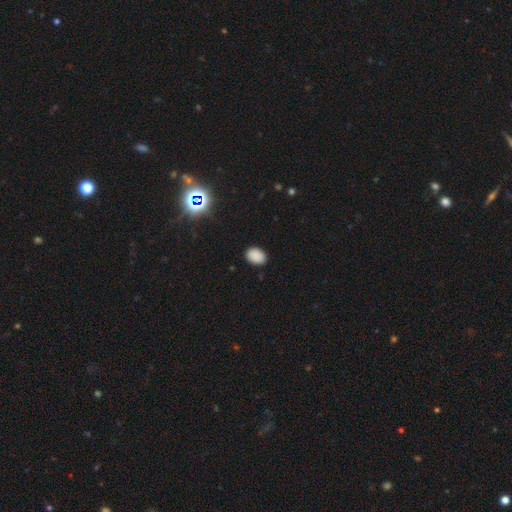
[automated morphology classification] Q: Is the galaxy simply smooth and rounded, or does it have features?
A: smooth — 86%.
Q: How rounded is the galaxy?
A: in between — 79%.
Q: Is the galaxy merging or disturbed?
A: none — 87%.